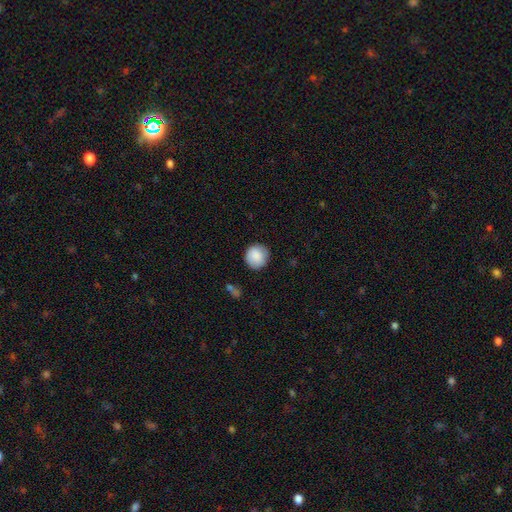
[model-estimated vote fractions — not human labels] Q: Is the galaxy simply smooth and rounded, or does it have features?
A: smooth — 88%.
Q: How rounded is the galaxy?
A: round — 93%.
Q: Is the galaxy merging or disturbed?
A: none — 88%.